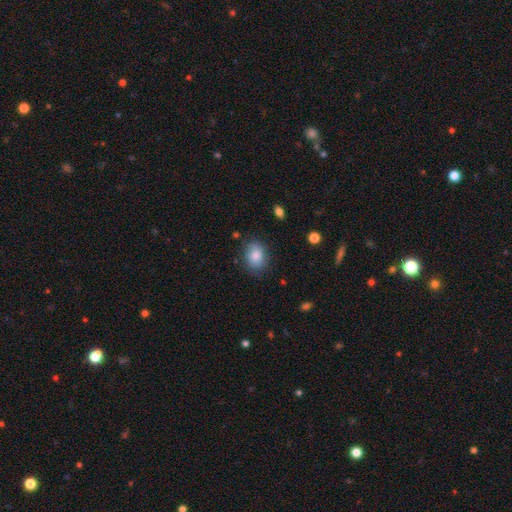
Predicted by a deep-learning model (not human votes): smooth 82%, featured or disk 10%, star or artifact 8%. Down the decision tree: how rounded — in between (65%); merging — none (77%).